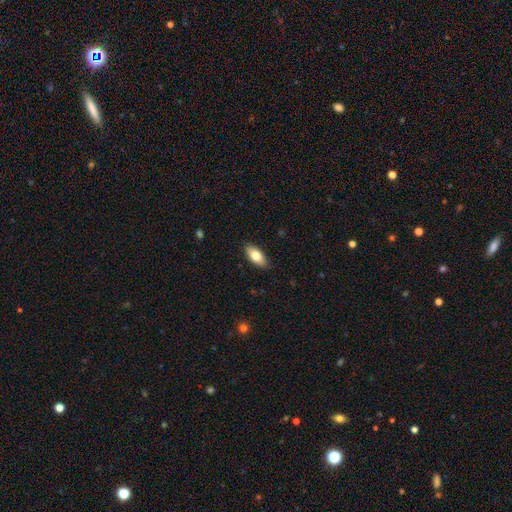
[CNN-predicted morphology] Smooth or featured: smooth — 77% (featured or disk — 17%)
How rounded: in between — 87% (cigar-shaped — 10%)
Merging: none — 87% (minor disturbance — 10%)